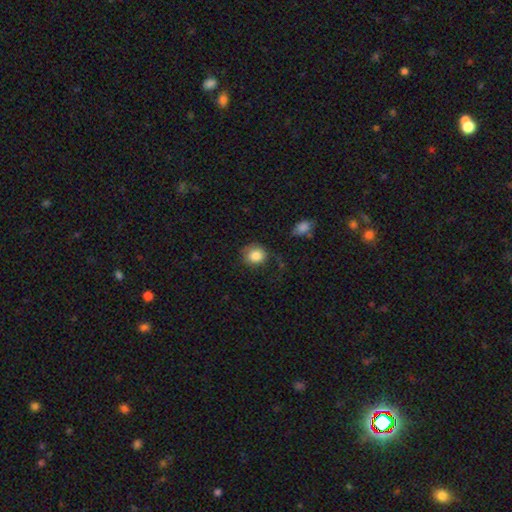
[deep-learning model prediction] Smooth or featured: smooth — 83% (star or artifact — 9%)
How rounded: round — 80% (in between — 19%)
Merging: none — 67% (minor disturbance — 21%)